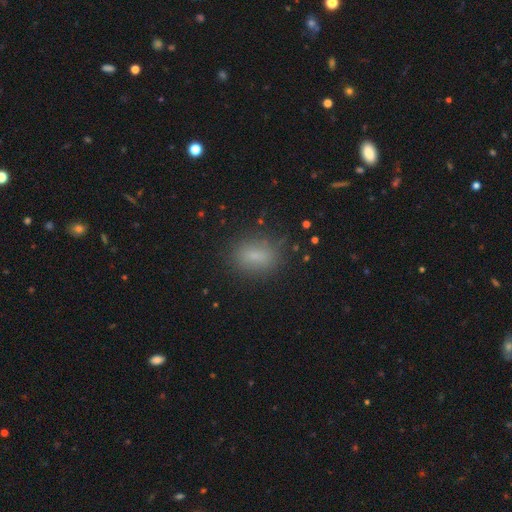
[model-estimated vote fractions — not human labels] smooth_or_featured: smooth (p=0.78) [alt: star or artifact p=0.13]
how_rounded: in between (p=0.73) [alt: round p=0.23]
merging: none (p=0.81) [alt: minor disturbance p=0.13]